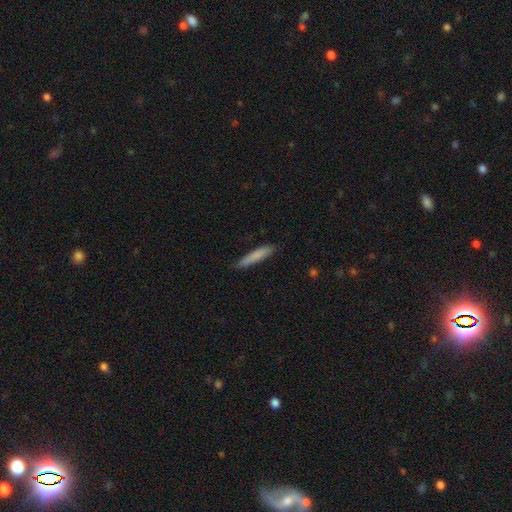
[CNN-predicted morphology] Overall: smooth (82%). How rounded: cigar-shaped (91%). Merging: none (82%).